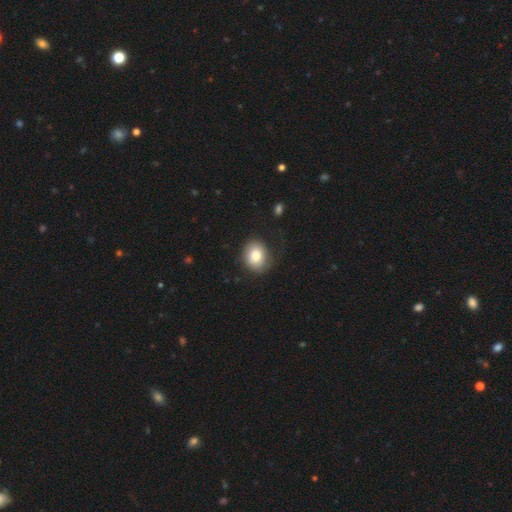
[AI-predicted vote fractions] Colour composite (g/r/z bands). It shows a smooth galaxy with no disk features (81%) that is round (54%). Merging: none (75%).